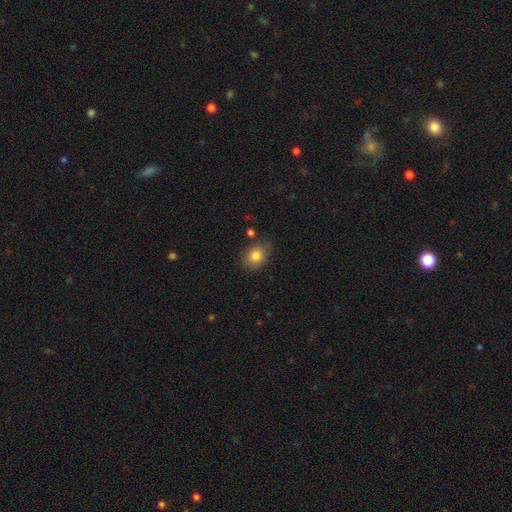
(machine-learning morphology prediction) Smooth or featured? Predicted: smooth (p=0.82). How rounded? Predicted: in between (p=0.55). Merging? Predicted: none (p=0.74).